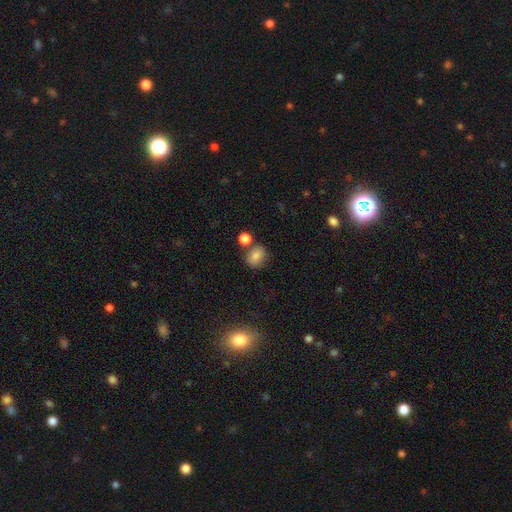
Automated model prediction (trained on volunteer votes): The model was most divided on "how rounded": round: 55%, in between: 44%, cigar-shaped: 1%. More confident: smooth or featured — smooth (82%); merging — none (66%).